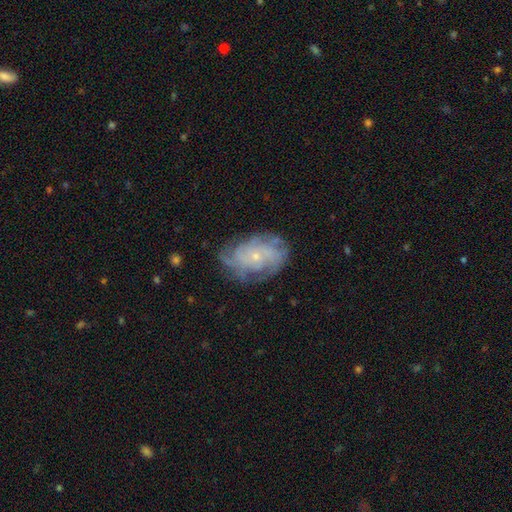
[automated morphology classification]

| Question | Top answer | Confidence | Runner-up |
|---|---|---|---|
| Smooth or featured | featured or disk | 77% | smooth (14%) |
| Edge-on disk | no | 96% | yes (4%) |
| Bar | no | 79% | weak (17%) |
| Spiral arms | yes | 92% | no (8%) |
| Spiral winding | tight | 59% | medium (31%) |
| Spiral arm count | can't tell | 41% | 4 (20%) |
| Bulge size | small | 79% | moderate (16%) |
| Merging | none | 72% | minor disturbance (19%) |